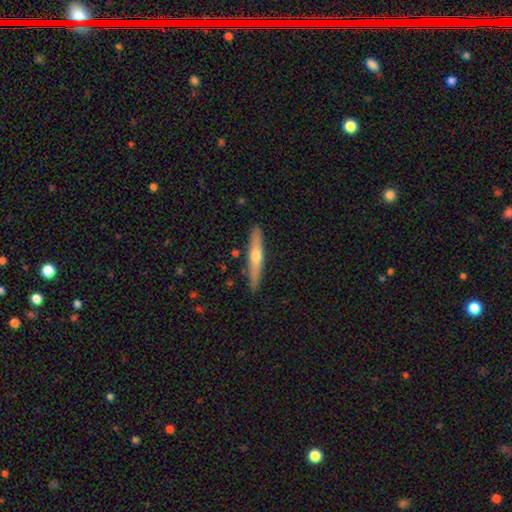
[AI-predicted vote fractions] The model was most divided on "smooth or featured": featured or disk: 52%, smooth: 42%, star or artifact: 6%. More confident: edge-on disk — yes (94%); merging — none (89%).